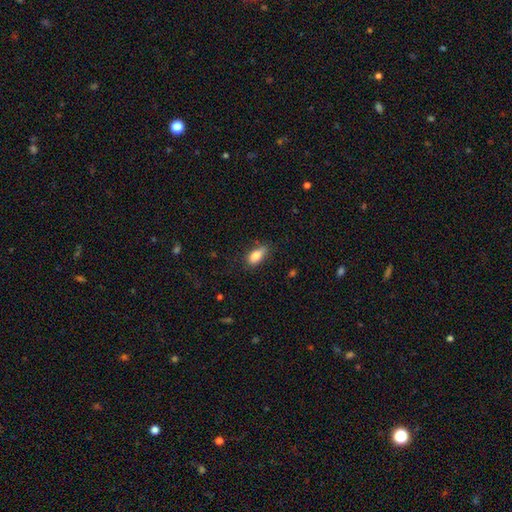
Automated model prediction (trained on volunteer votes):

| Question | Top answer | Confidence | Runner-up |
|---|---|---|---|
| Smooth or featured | smooth | 82% | featured or disk (10%) |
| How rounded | in between | 86% | cigar-shaped (9%) |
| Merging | none | 71% | minor disturbance (22%) |